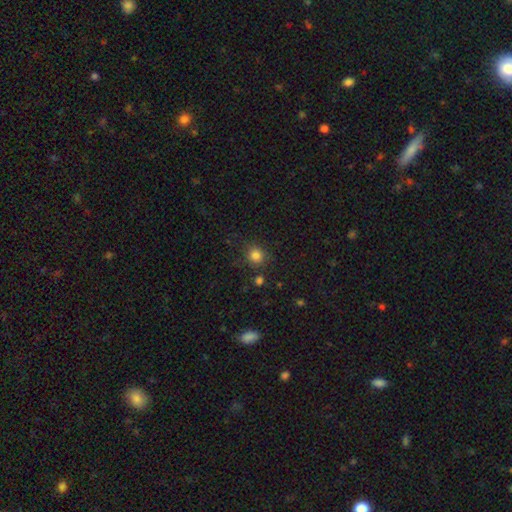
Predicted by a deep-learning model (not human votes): This is clearly a smooth galaxy (82%). How rounded: clearly round (87%). Merging: clearly none (81%).